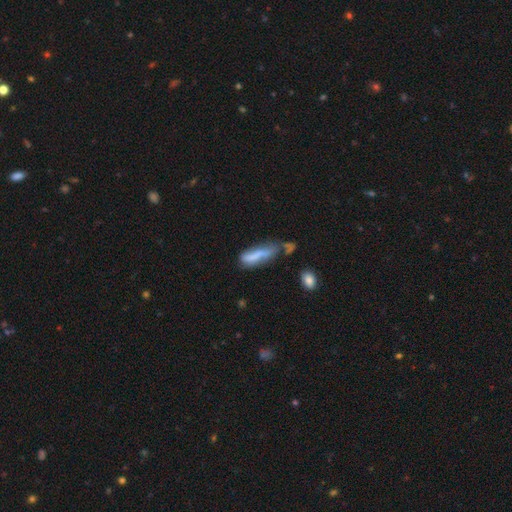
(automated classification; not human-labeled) Overall: smooth (62%; featured or disk 29%). How rounded: cigar-shaped (58%; in between 39%). Merging: minor disturbance (28%; major disturbance 27%).